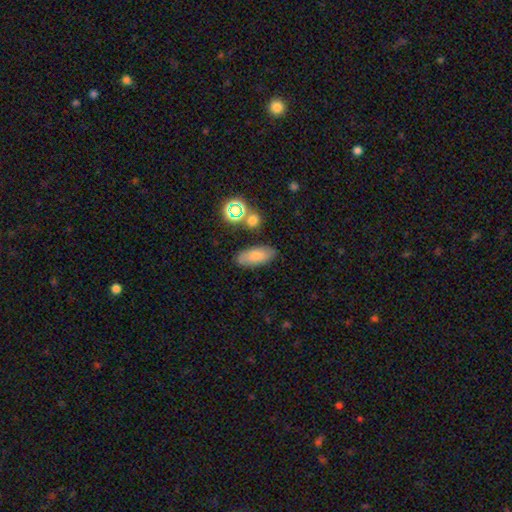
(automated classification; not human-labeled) Smooth or featured?
  - smooth: 74% *
  - featured or disk: 15%
  - star or artifact: 11%
How rounded?
  - in between: 84% *
  - cigar-shaped: 12%
  - round: 4%
Merging?
  - none: 78% *
  - minor disturbance: 13%
  - merger: 5%
  - major disturbance: 4%